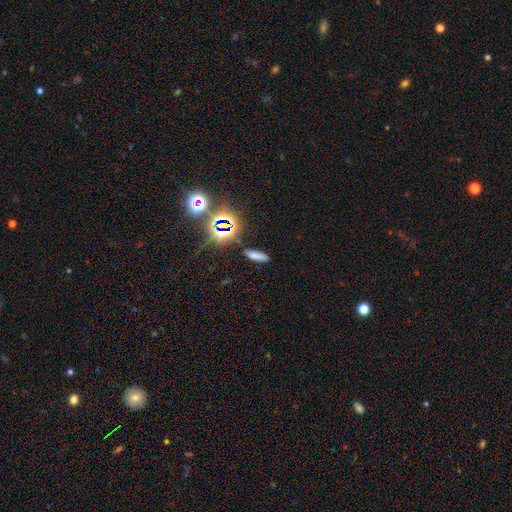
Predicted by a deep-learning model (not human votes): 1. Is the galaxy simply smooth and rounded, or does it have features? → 65% smooth, 26% star or artifact, 9% featured or disk.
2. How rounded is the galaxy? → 56% cigar-shaped, 40% in between, 4% round.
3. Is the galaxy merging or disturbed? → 85% none, 9% minor disturbance, 3% major disturbance, 2% merger.